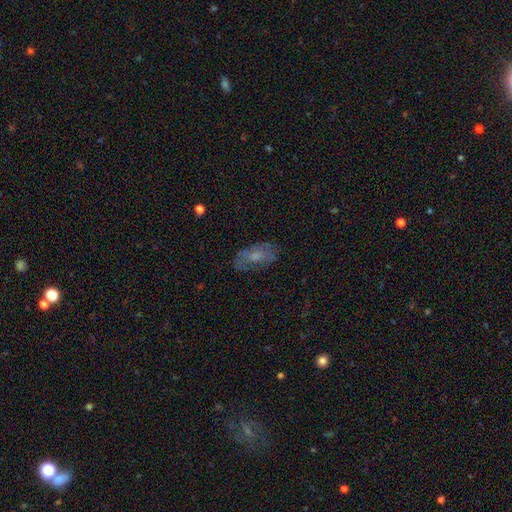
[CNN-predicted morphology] smooth 45%, featured or disk 44%, star or artifact 11%. Down the decision tree: merging — none (66%).